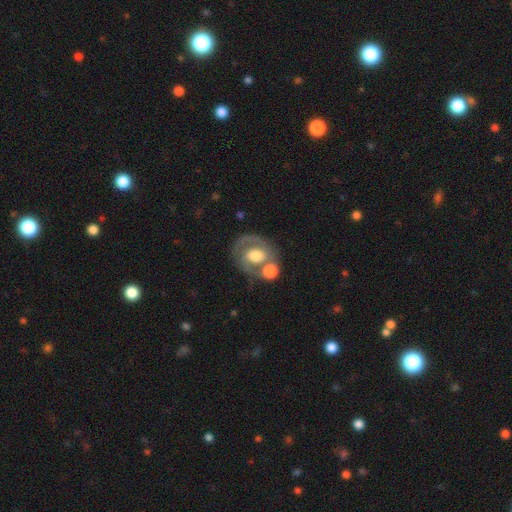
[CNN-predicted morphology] Smooth or featured?
  - featured or disk: 70% *
  - smooth: 23%
  - star or artifact: 6%
Edge-on disk?
  - no: 97% *
  - yes: 3%
Bar?
  - no: 59% *
  - weak: 30%
  - strong: 11%
Spiral arms?
  - yes: 78% *
  - no: 22%
Spiral winding?
  - tight: 44% *
  - medium: 42%
  - loose: 14%
Spiral arm count?
  - 2: 69% *
  - 1: 17%
  - can't tell: 9%
  - 3: 2%
  - 4: 1%
  - more than 4: 1%
Bulge size?
  - moderate: 53% *
  - large: 31%
  - small: 11%
  - dominant: 3%
  - none: 3%
Merging?
  - none: 49% *
  - merger: 28%
  - minor disturbance: 14%
  - major disturbance: 8%